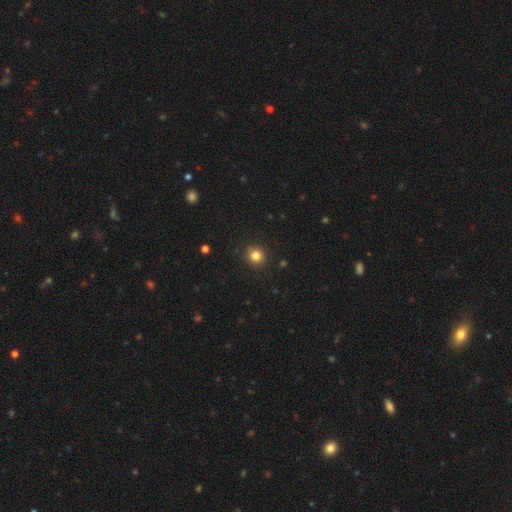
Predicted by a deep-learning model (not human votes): Overall: smooth (82%). How rounded: round (91%). Merging: none (90%).